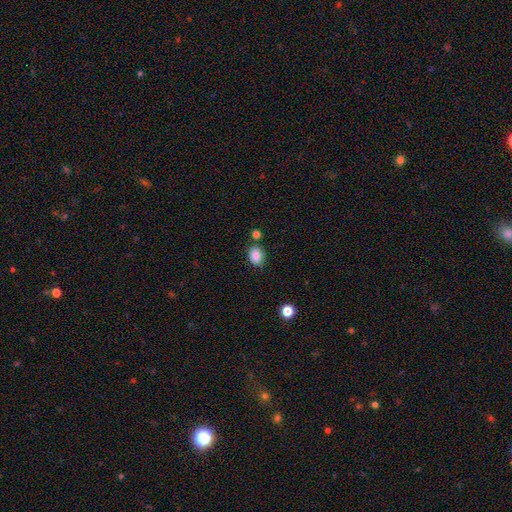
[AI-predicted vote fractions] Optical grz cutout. It shows a smooth galaxy with no disk features (87%) that is in between round and cigar-shaped (64%). Merging: none (78%).